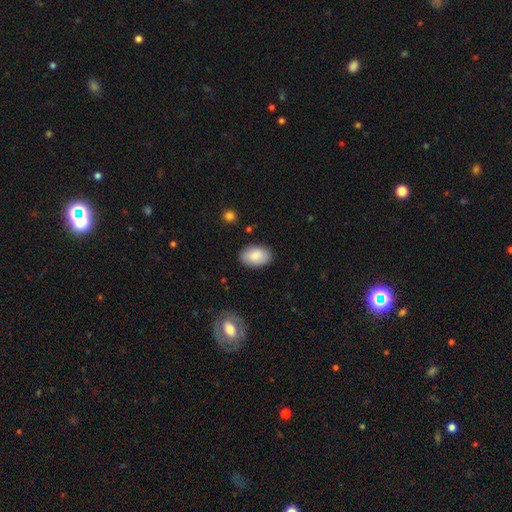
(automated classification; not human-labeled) The model was most divided on "merging": none: 86%, minor disturbance: 10%, major disturbance: 2%, merger: 1%. More confident: how rounded — in between (92%); smooth or featured — smooth (86%).